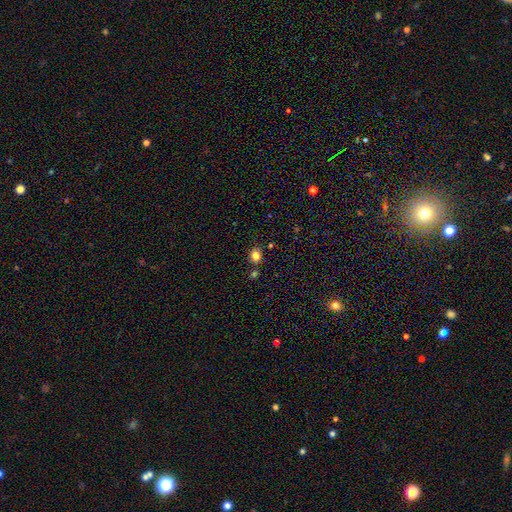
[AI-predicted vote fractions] Smooth or featured? Predicted: smooth (p=0.82). How rounded? Predicted: round (p=0.59). Merging? Predicted: none (p=0.77).